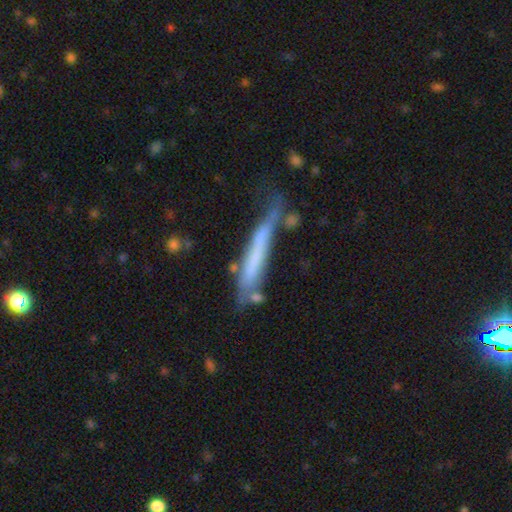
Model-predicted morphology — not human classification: A smooth galaxy with no disk features (50%) that is cigar-shaped (94%). Merging: none (49%).